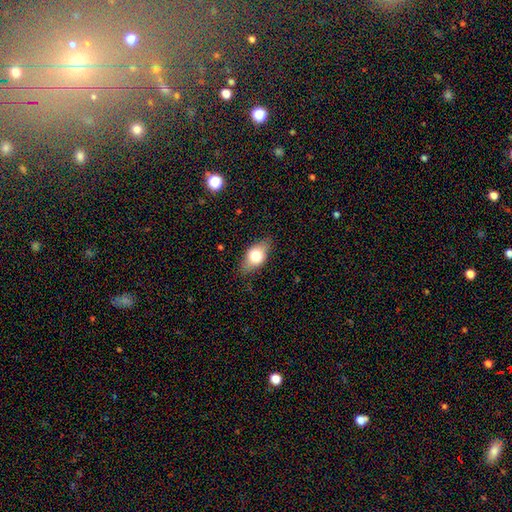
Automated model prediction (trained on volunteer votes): Morphology: type=smooth (69%); roundness=in between (86%); merging=none (81%).